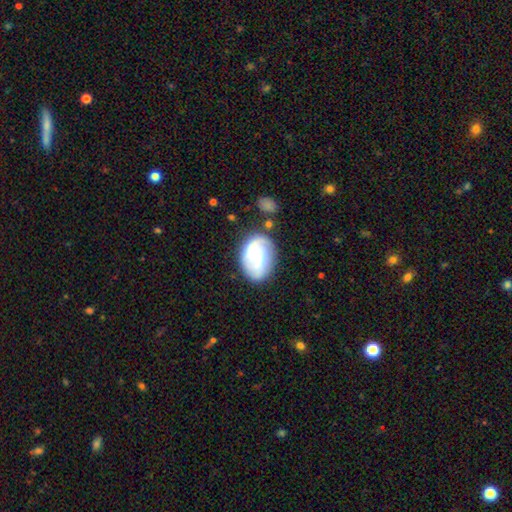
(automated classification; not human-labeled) This appears to be a featured or disk galaxy (61%) with no bar (55%), 2 (62%) medium (43%) spiral arms (87%) and a moderate central bulge (50%). Merging: none (68%).